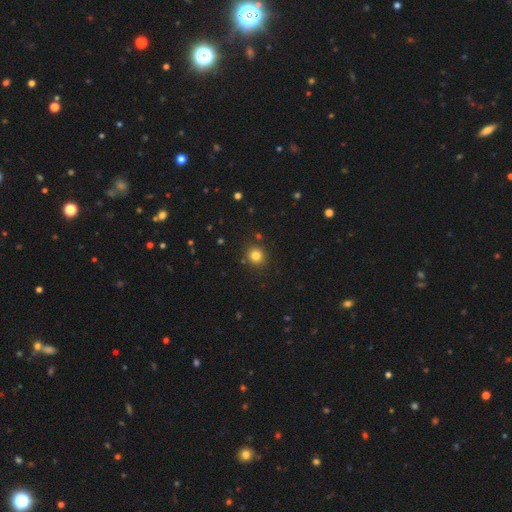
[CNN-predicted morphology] The model was most divided on "smooth or featured": smooth: 81%, star or artifact: 13%, featured or disk: 6%. More confident: merging — none (87%); how rounded — round (85%).